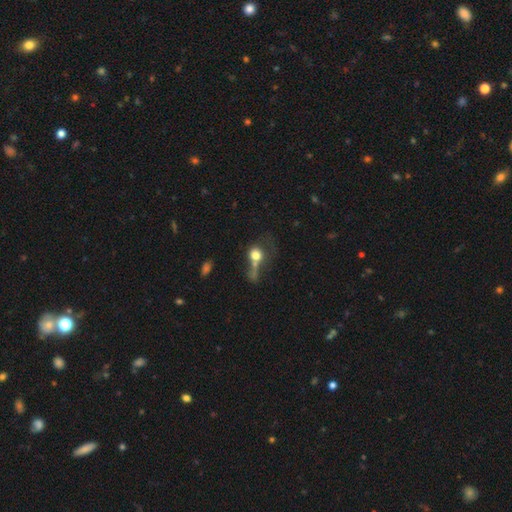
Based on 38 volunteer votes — Morphology: type=smooth (68%); roundness=round (81%); merging=merger (41%).